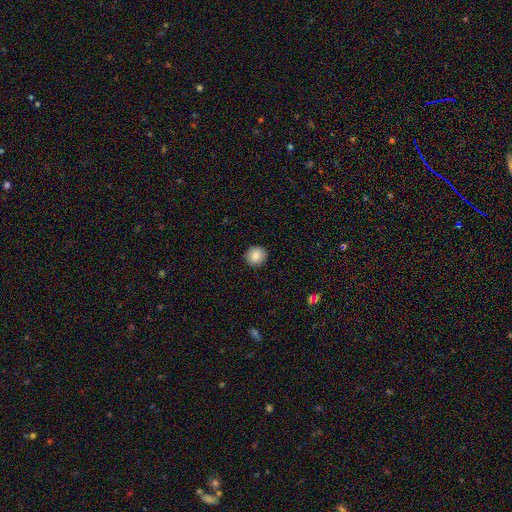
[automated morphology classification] smooth 83%, star or artifact 8%, featured or disk 8%. Down the decision tree: how rounded — round (91%); merging — none (91%).